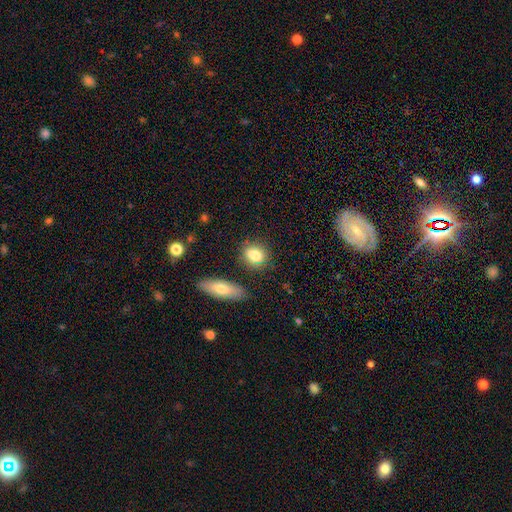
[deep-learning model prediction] This appears to be a smooth galaxy with no disk features (83%) that is in between round and cigar-shaped (53%). Merging: none (78%).